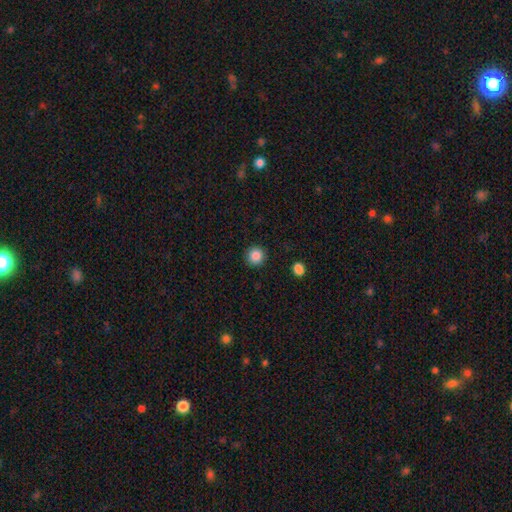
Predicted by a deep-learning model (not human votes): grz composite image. It shows a smooth galaxy with no disk features (87%) that is round (94%). Merging: none (92%).